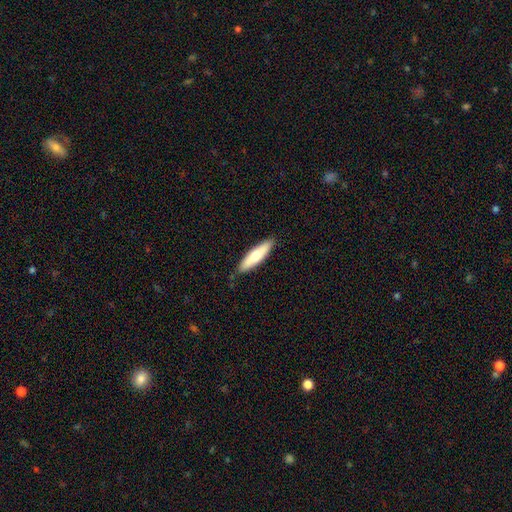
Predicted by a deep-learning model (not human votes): This appears to be a smooth galaxy with no disk features (66%) that is cigar-shaped (68%). Merging: none (87%).